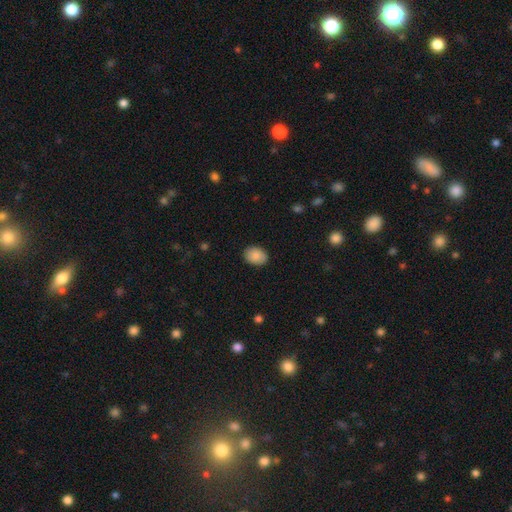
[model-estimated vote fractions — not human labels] A smooth galaxy with no disk features (89%) that is in between round and cigar-shaped (72%). Merging: none (89%).